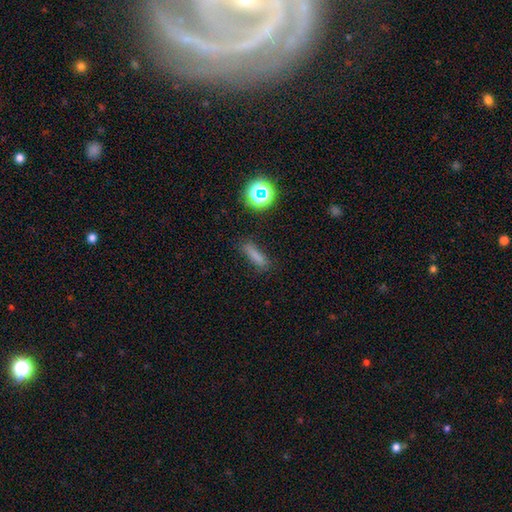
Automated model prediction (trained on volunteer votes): This is likely a smooth galaxy (74%). How rounded: likely cigar-shaped (73%). Merging: likely none (78%).